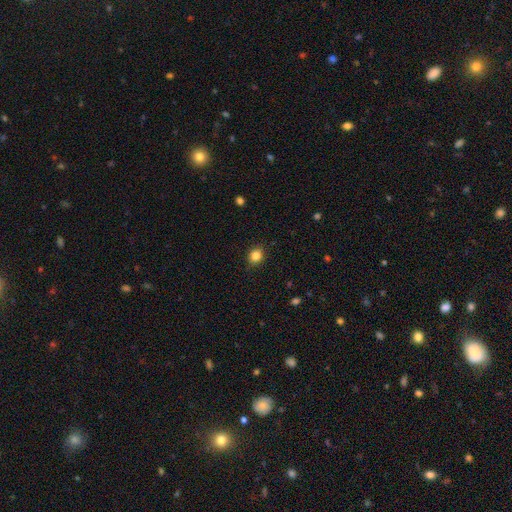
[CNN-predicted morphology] This appears to be a smooth galaxy with no disk features (84%) that is round (68%). Merging: none (89%).